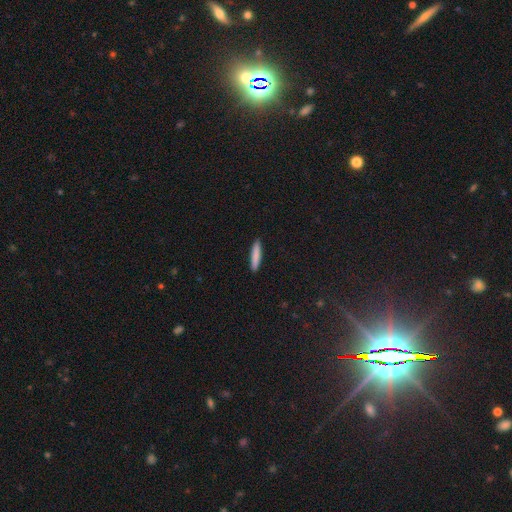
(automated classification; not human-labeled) Q: Smooth or featured?
A: smooth (84%); runner-up: featured or disk (10%)
Q: How rounded?
A: cigar-shaped (90%); runner-up: in between (9%)
Q: Merging?
A: none (91%); runner-up: minor disturbance (6%)